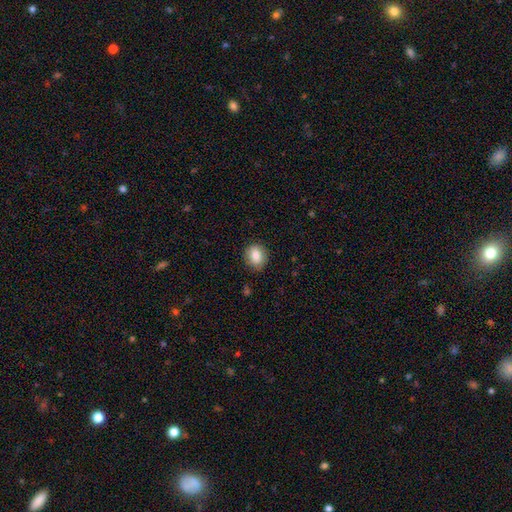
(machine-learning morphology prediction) smooth 85%, star or artifact 8%, featured or disk 7%. Down the decision tree: how rounded — round (57%); merging — none (85%).